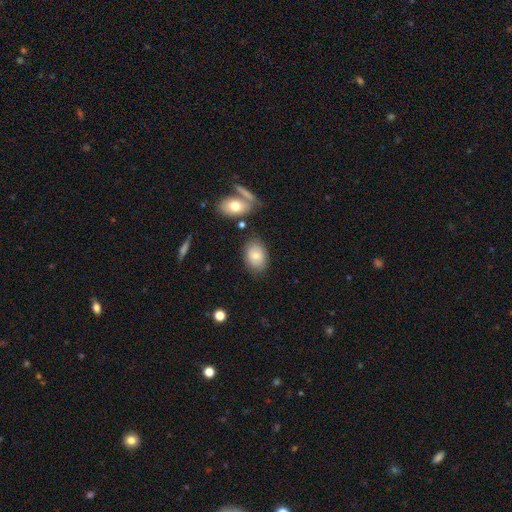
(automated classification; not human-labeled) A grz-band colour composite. It shows a smooth galaxy with no disk features (73%) that is in between round and cigar-shaped (82%). Merging: none (77%).